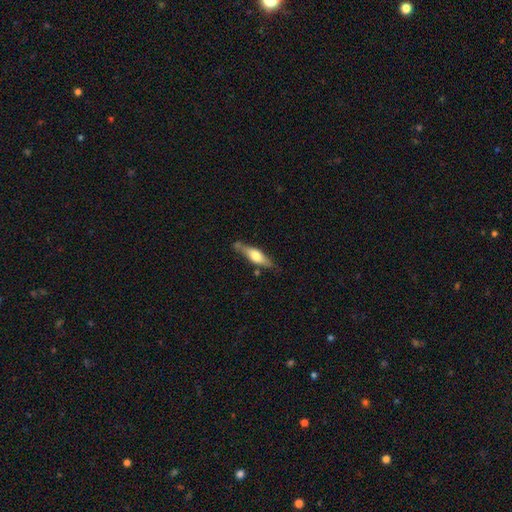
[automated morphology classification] The model was most divided on "smooth or featured": smooth: 50%, featured or disk: 45%, star or artifact: 6%. More confident: merging — none (69%).